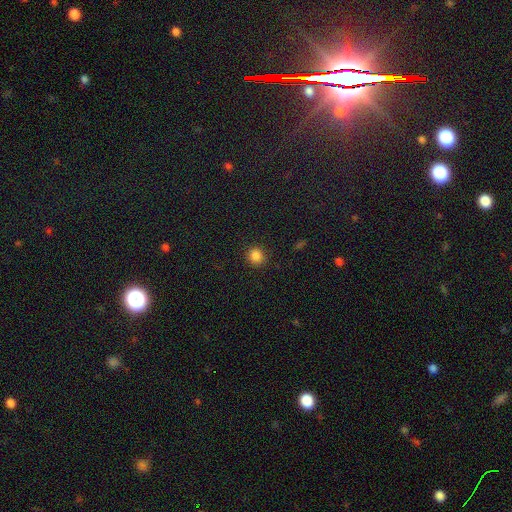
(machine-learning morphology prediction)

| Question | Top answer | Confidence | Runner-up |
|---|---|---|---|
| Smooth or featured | smooth | 85% | star or artifact (12%) |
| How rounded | round | 90% | in between (9%) |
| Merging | none | 90% | minor disturbance (7%) |